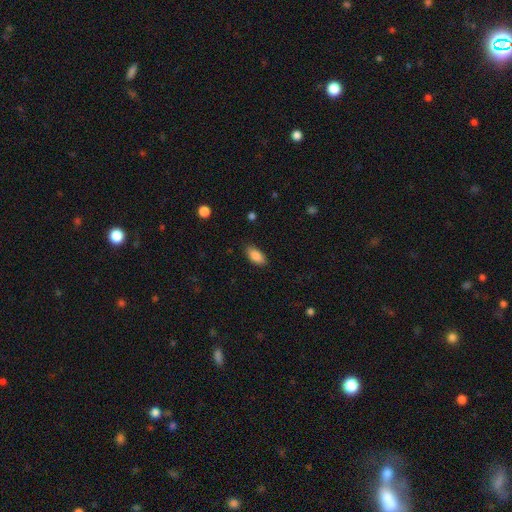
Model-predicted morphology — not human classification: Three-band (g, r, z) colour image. It shows a smooth galaxy with no disk features (88%) that is in between round and cigar-shaped (90%). Merging: none (85%).